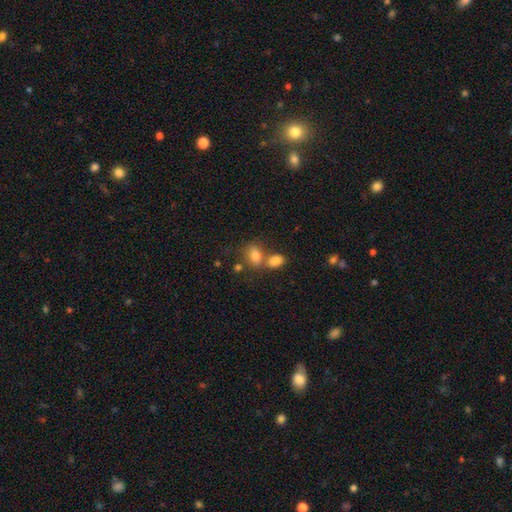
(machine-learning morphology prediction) Q: Smooth or featured?
A: smooth (78%); runner-up: star or artifact (12%)
Q: How rounded?
A: in between (77%); runner-up: round (21%)
Q: Merging?
A: none (42%); tied with: merger (42%)